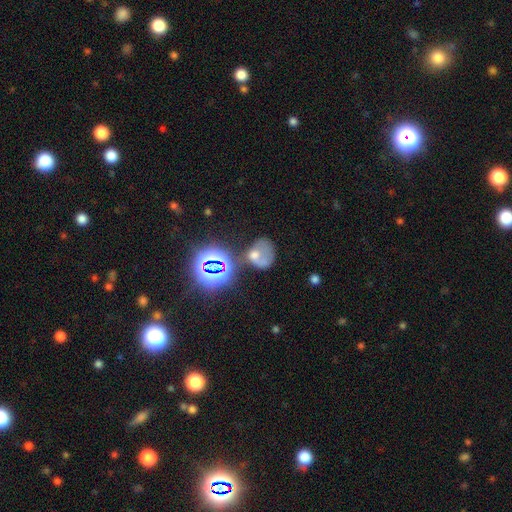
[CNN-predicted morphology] This appears to be a smooth galaxy with no disk features (44%). Merging: none (29%).